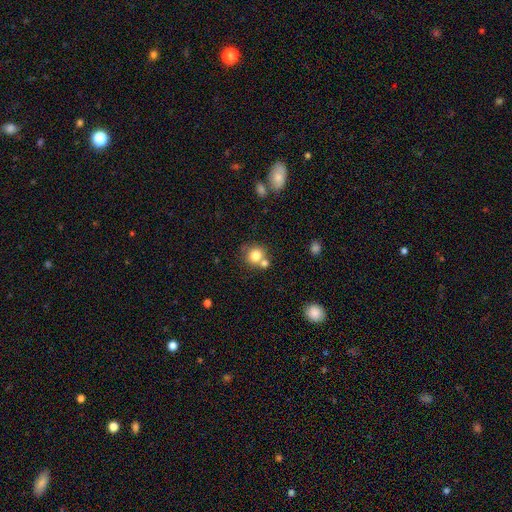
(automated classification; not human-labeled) Smooth or featured? Predicted: smooth (p=0.79). How rounded? Predicted: round (p=0.85). Merging? Predicted: none (p=0.54).